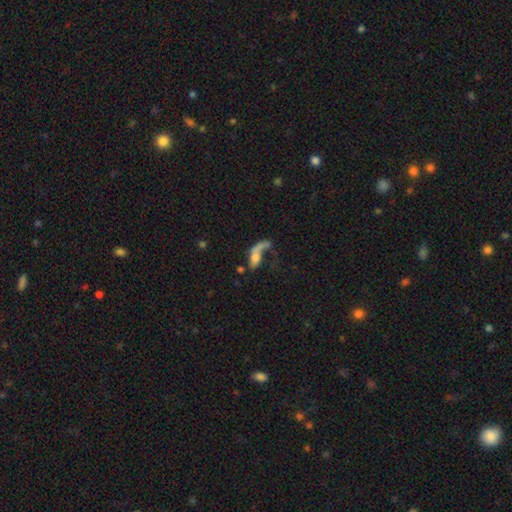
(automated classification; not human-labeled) Smooth or featured? Predicted: featured or disk (p=0.49). Merging? Predicted: major disturbance (p=0.49).